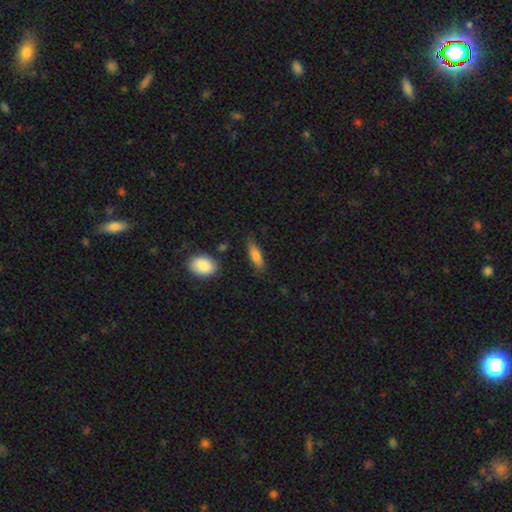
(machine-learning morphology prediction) Smooth or featured: smooth — 80% (featured or disk — 14%)
How rounded: cigar-shaped — 49% (in between — 48%)
Merging: none — 76% (minor disturbance — 17%)